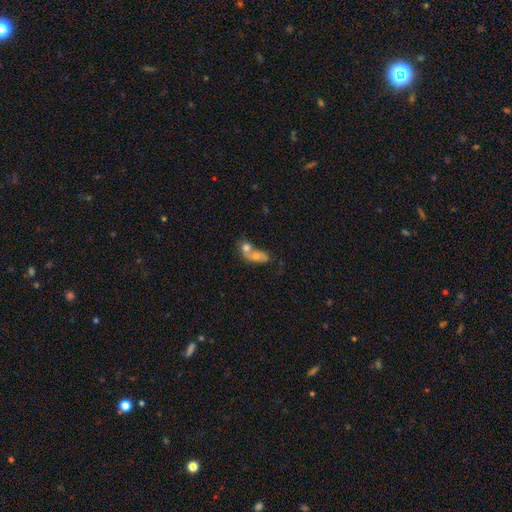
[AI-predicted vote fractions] smooth-or-featured: smooth: 58% | featured or disk: 33% | star or artifact: 10%
  how-rounded: in between: 67% | round: 26% | cigar-shaped: 7%
  merging: merger: 74% | none: 13% | major disturbance: 6% | minor disturbance: 6%